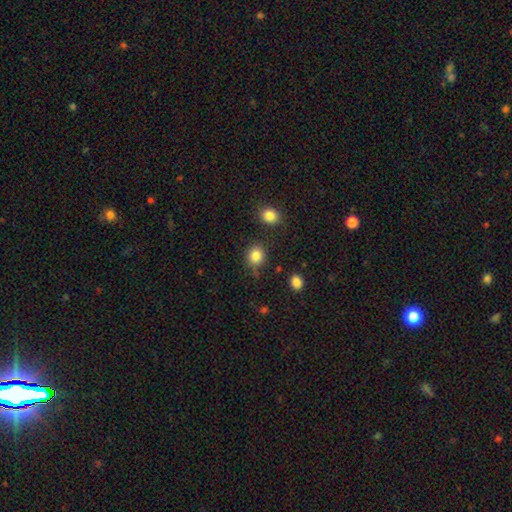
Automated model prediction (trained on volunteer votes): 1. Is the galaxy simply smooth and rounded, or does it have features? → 85% smooth, 10% star or artifact, 5% featured or disk.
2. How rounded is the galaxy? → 77% round, 22% in between, 1% cigar-shaped.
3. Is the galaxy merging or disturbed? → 78% none, 13% minor disturbance, 5% merger, 4% major disturbance.